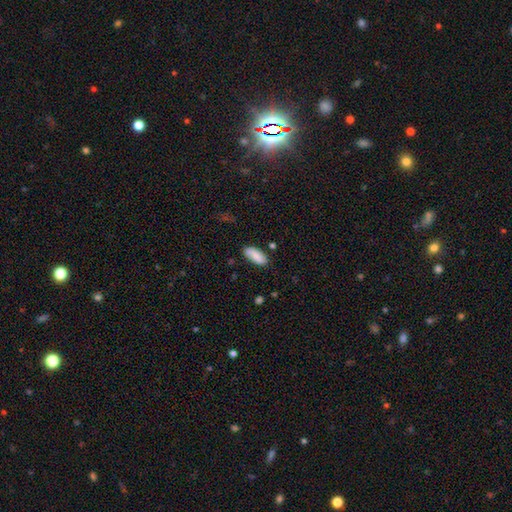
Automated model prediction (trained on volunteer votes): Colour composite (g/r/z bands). It shows a smooth galaxy with no disk features (78%) that is in between round and cigar-shaped (86%). Merging: none (78%).